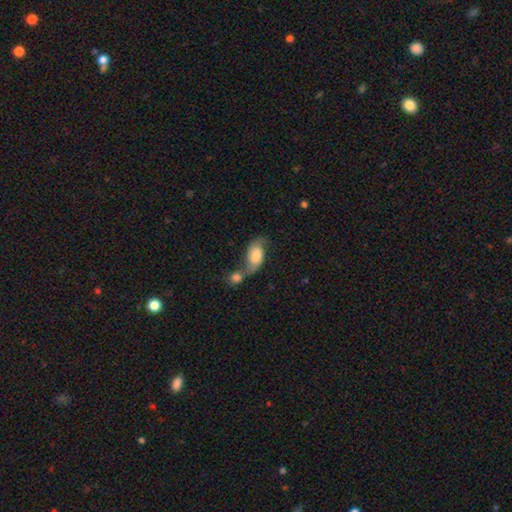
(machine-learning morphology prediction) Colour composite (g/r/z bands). It shows a smooth galaxy with no disk features (58%) that is in between round and cigar-shaped (87%). Merging: merger (60%).